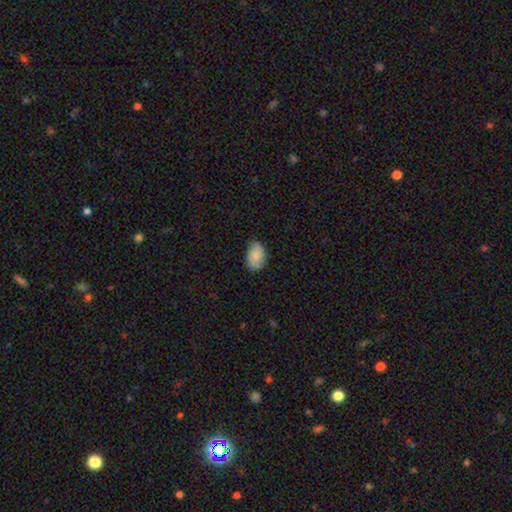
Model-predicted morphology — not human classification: smooth 83%, featured or disk 10%, star or artifact 7%. Down the decision tree: how rounded — in between (88%); merging — none (74%).